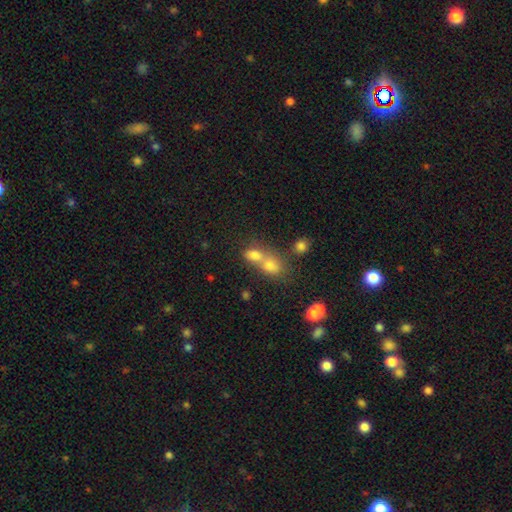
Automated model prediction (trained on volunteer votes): smooth-or-featured: smooth: 69% | star or artifact: 16% | featured or disk: 14%
  how-rounded: in between: 56% | round: 41% | cigar-shaped: 3%
  merging: merger: 66% | none: 24% | minor disturbance: 6% | major disturbance: 4%